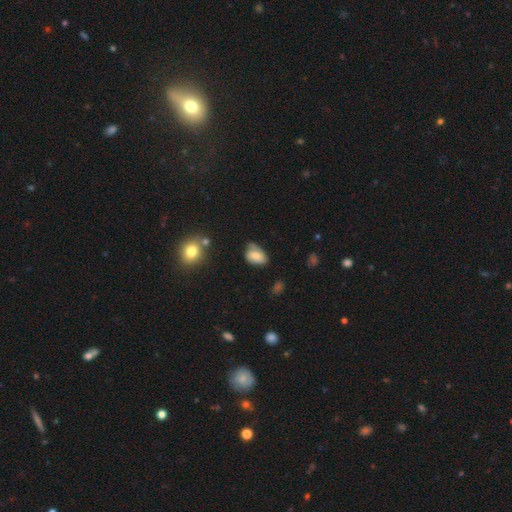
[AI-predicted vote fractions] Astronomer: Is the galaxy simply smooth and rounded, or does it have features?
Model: smooth — 66%.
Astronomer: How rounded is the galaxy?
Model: in between — 83%.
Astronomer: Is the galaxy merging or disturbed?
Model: none — 42% (runner-up: minor disturbance, 40%).